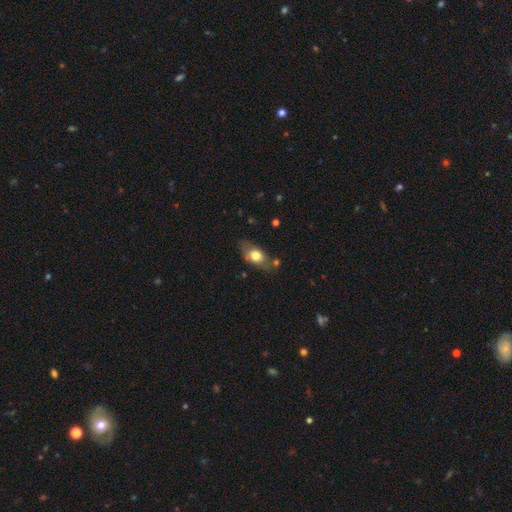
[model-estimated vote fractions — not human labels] The model was most divided on "merging": none: 65%, minor disturbance: 23%, major disturbance: 6%, merger: 6%. More confident: how rounded — in between (81%); smooth or featured — smooth (70%).